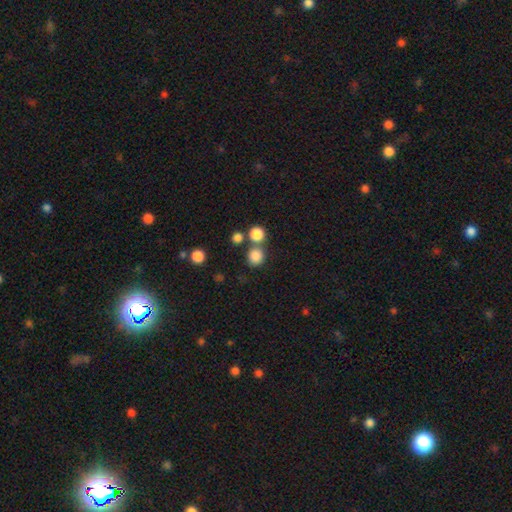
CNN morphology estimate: This appears to be a smooth galaxy with no disk features (83%) that is round (88%). Merging: none (66%).